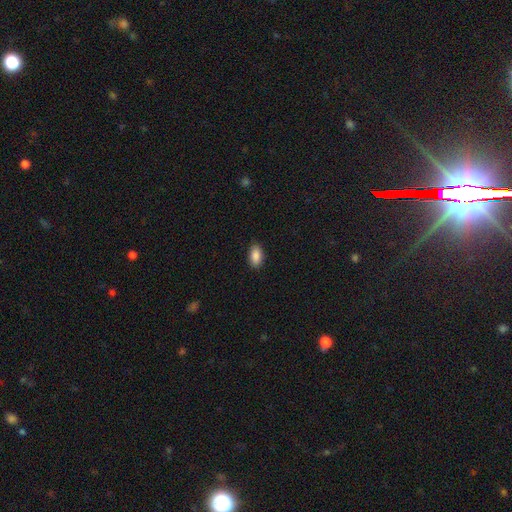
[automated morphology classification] type=smooth (89%); roundness=in between (93%); merging=none (88%).